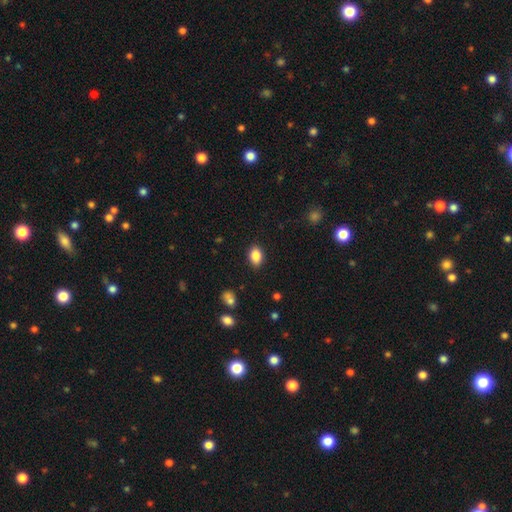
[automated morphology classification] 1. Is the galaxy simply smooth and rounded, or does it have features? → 87% smooth, 8% star or artifact, 5% featured or disk.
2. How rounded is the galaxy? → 81% in between, 18% round, 1% cigar-shaped.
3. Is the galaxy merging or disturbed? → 87% none, 9% minor disturbance, 2% major disturbance, 1% merger.